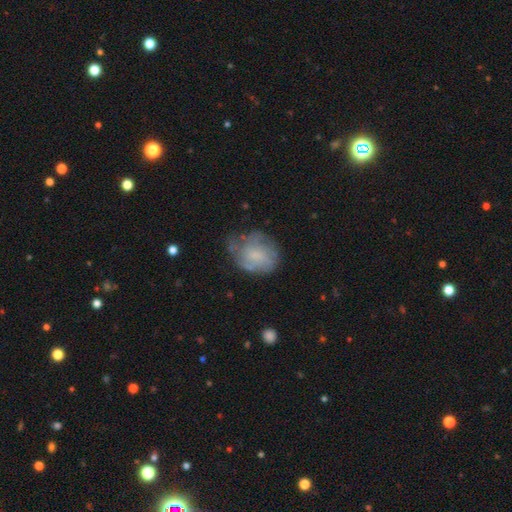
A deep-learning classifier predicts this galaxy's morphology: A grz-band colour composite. It shows a smooth galaxy with no disk features (48%). Merging: none (48%).